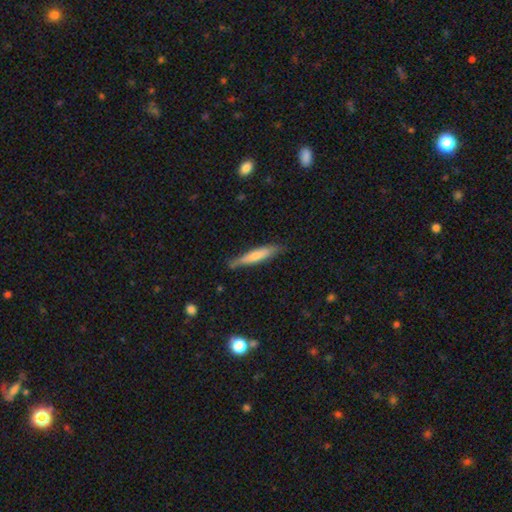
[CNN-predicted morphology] smooth_or_featured: smooth (p=0.67) [alt: featured or disk p=0.28]
how_rounded: cigar-shaped (p=0.89) [alt: in between p=0.10]
merging: none (p=0.77) [alt: minor disturbance p=0.18]